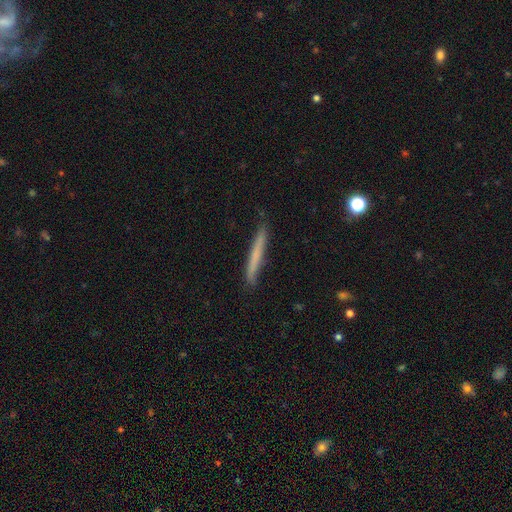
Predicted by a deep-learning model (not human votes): Smooth or featured? Predicted: smooth (p=0.61). How rounded? Predicted: cigar-shaped (p=0.97). Merging? Predicted: none (p=0.85).